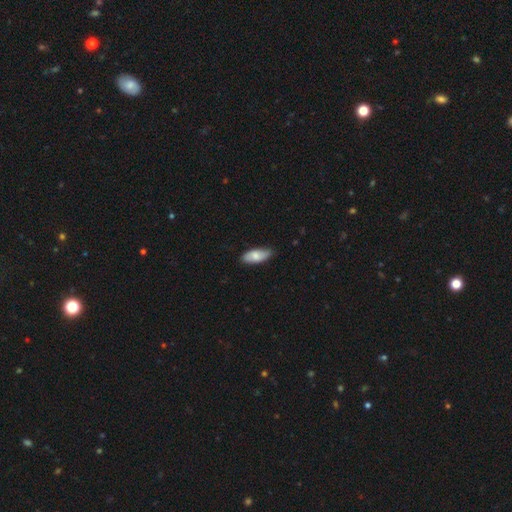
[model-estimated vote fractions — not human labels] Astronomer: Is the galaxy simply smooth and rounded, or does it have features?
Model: smooth — 76%.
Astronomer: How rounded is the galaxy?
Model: in between — 84%.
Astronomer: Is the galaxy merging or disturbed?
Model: none — 78%.